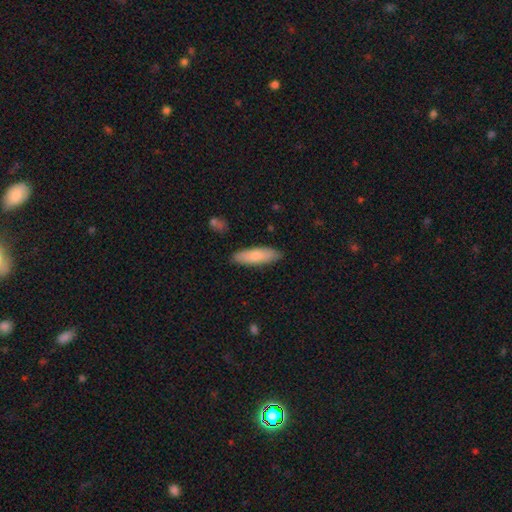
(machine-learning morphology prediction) smooth 78%, featured or disk 16%, star or artifact 6%. Down the decision tree: how rounded — cigar-shaped (51%); merging — none (86%).